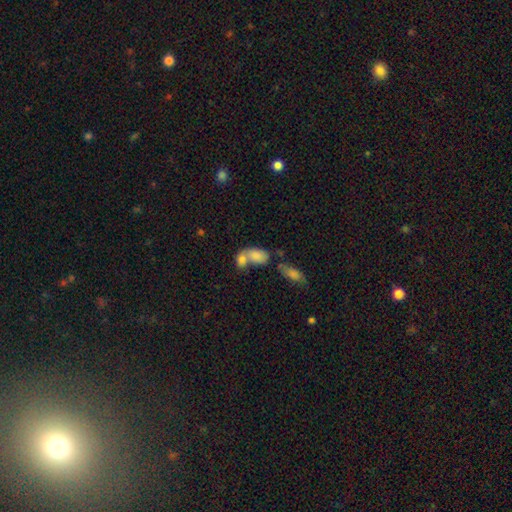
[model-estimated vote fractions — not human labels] Morphology: type=smooth (79%); roundness=in between (86%); merging=merger (63%).